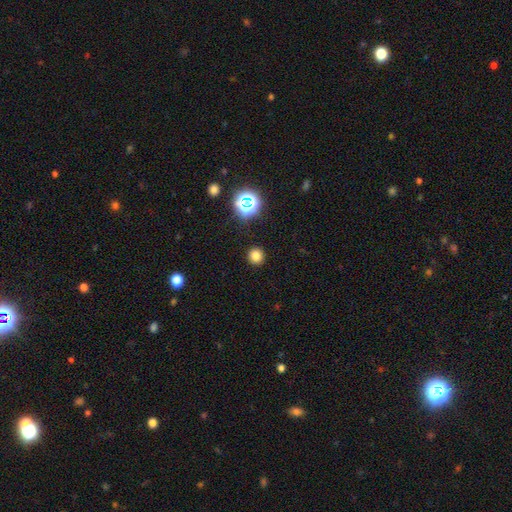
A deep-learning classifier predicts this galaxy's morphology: Smooth or featured? Predicted: smooth (p=0.78). How rounded? Predicted: round (p=0.91). Merging? Predicted: none (p=0.91).